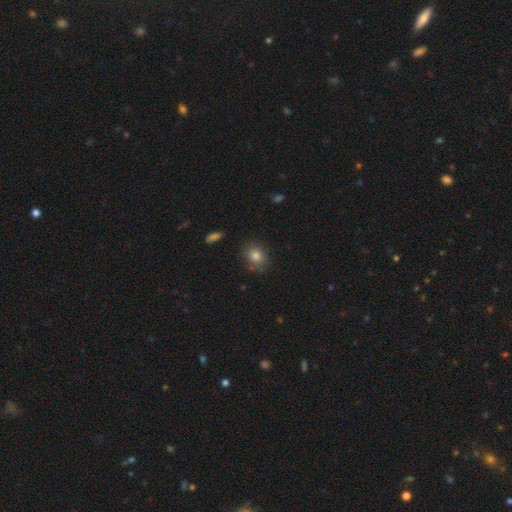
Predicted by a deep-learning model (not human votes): smooth-or-featured: smooth: 81% | star or artifact: 10% | featured or disk: 9%
  how-rounded: round: 59% | in between: 39% | cigar-shaped: 1%
  merging: none: 80% | minor disturbance: 14% | major disturbance: 4% | merger: 2%